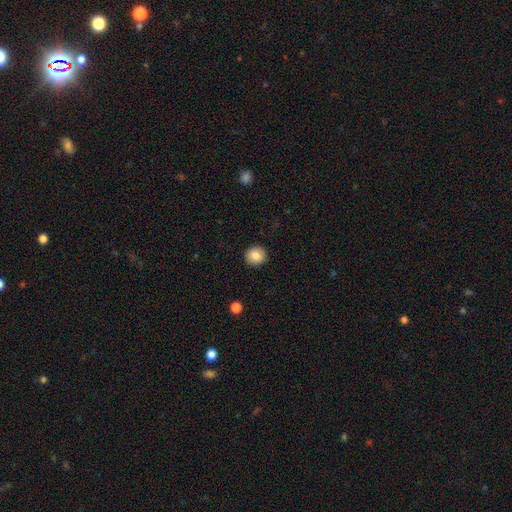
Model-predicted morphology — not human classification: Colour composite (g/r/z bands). It shows a smooth galaxy with no disk features (85%) that is round (91%). Merging: none (92%).